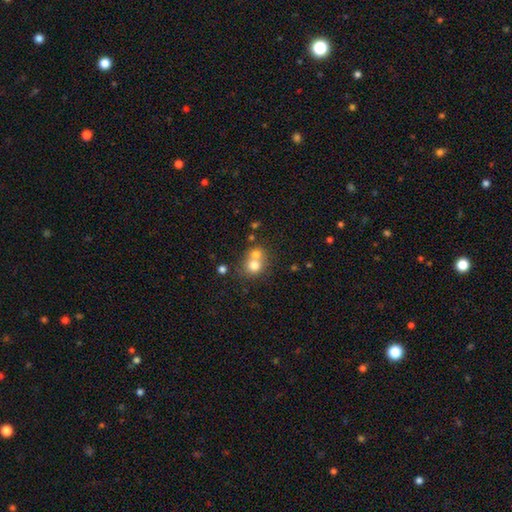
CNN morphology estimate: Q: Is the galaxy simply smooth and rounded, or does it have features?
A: smooth — 70%.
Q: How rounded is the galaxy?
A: round — 78%.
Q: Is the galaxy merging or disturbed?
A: merger — 57%.